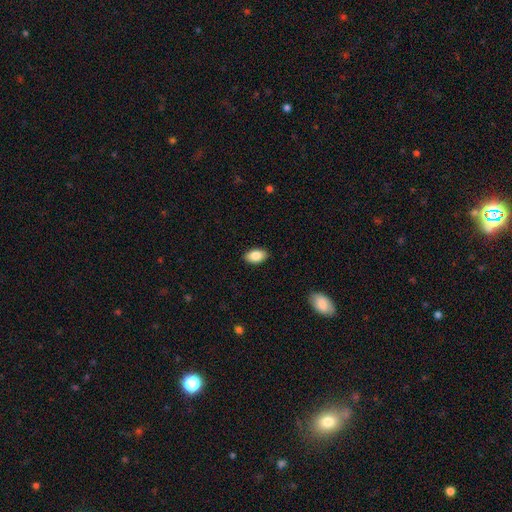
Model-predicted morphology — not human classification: smooth-or-featured: smooth: 87% | star or artifact: 7% | featured or disk: 6%
  how-rounded: in between: 93% | round: 5% | cigar-shaped: 2%
  merging: none: 89% | minor disturbance: 8% | major disturbance: 2% | merger: 1%